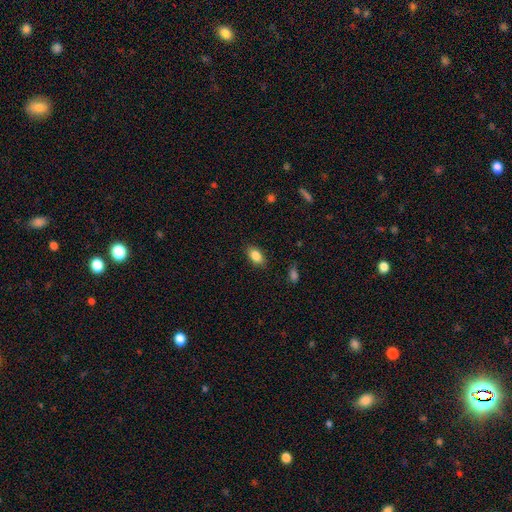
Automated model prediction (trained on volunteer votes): A smooth galaxy with no disk features (87%) that is in between round and cigar-shaped (89%).

Vote fractions:
- Smooth or featured? smooth: 87% / star or artifact: 8% / featured or disk: 5%
- How rounded? in between: 89% / round: 8% / cigar-shaped: 3%
- Merging? none: 85% / minor disturbance: 11% / major disturbance: 3% / merger: 1%